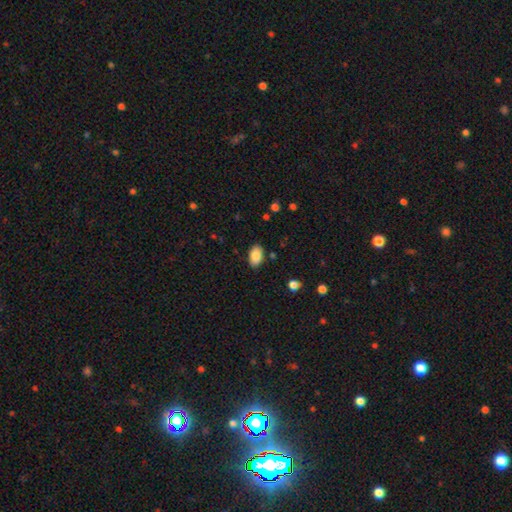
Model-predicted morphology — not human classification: Smooth or featured? Predicted: smooth (p=0.88). How rounded? Predicted: in between (p=0.92). Merging? Predicted: none (p=0.87).